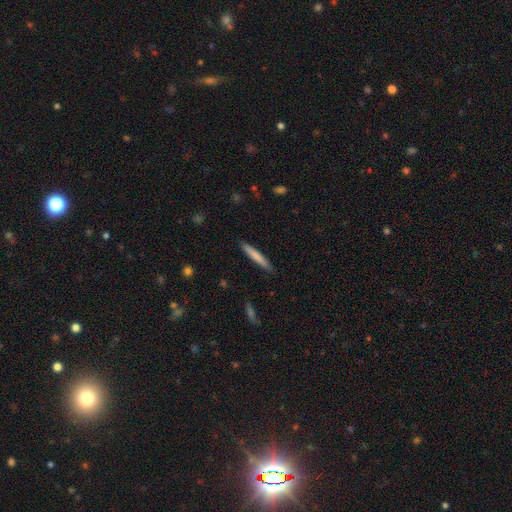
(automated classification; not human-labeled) smooth_or_featured: smooth (p=0.75) [alt: featured or disk p=0.20]
how_rounded: cigar-shaped (p=0.95) [alt: in between p=0.04]
merging: none (p=0.89) [alt: minor disturbance p=0.08]